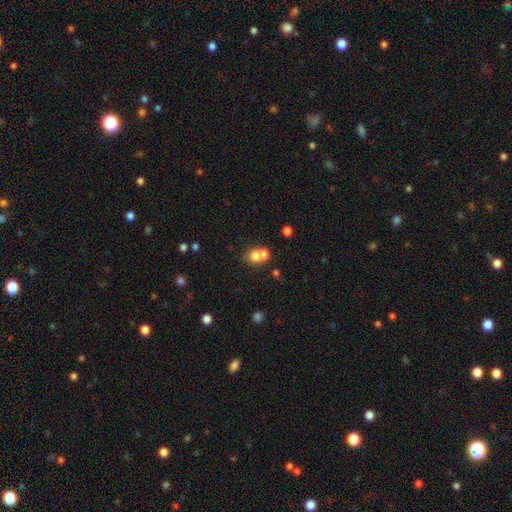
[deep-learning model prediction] A smooth galaxy with no disk features (72%) that is round (69%).

Vote fractions:
- Smooth or featured? smooth: 72% / featured or disk: 16% / star or artifact: 12%
- How rounded? round: 69% / in between: 30% / cigar-shaped: 1%
- Merging? merger: 55% / none: 34% / minor disturbance: 7% / major disturbance: 4%